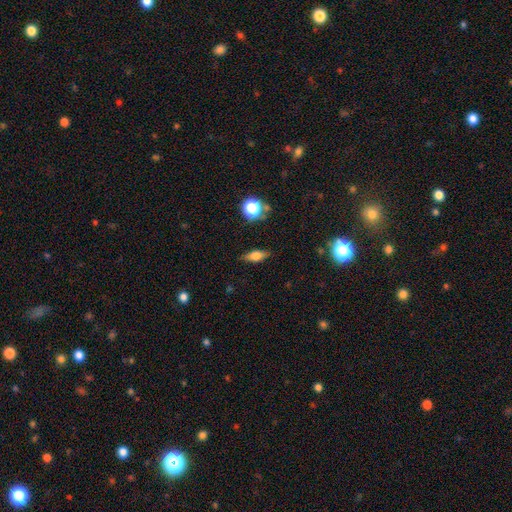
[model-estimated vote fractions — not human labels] Smooth or featured: smooth — 62% (featured or disk — 28%)
How rounded: in between — 66% (cigar-shaped — 26%)
Merging: none — 83% (minor disturbance — 12%)